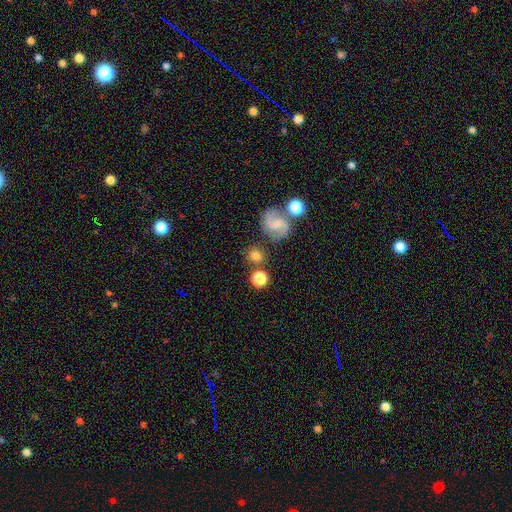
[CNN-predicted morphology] Smooth or featured?
  - smooth: 66% *
  - featured or disk: 23%
  - star or artifact: 11%
How rounded?
  - round: 84% *
  - in between: 15%
  - cigar-shaped: 1%
Merging?
  - none: 75% *
  - merger: 11%
  - minor disturbance: 10%
  - major disturbance: 4%